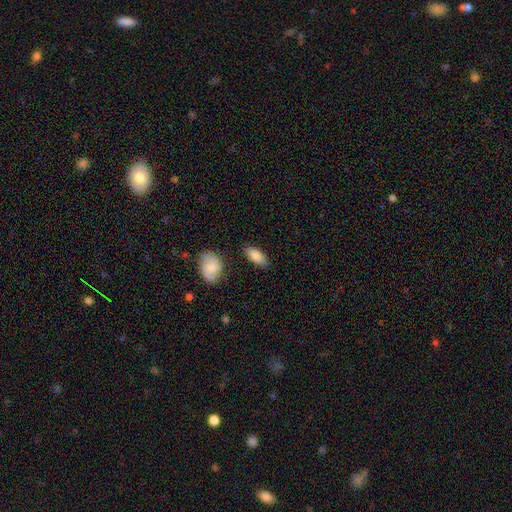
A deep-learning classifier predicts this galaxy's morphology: This appears to be a smooth galaxy with no disk features (84%) that is in between round and cigar-shaped (87%). Merging: none (81%).